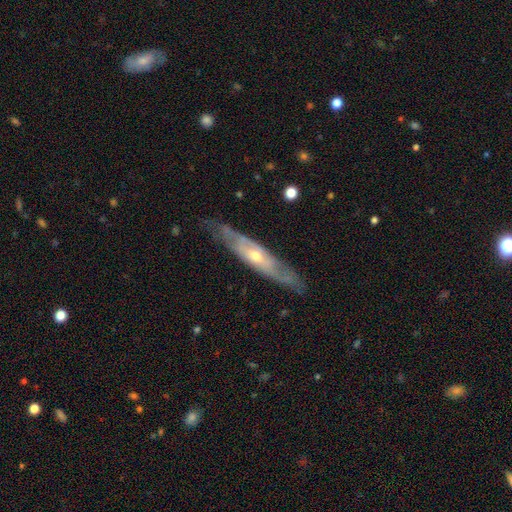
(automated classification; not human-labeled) A featured or disk galaxy (74%).

Vote fractions:
- Smooth or featured? featured or disk: 74% / smooth: 21% / star or artifact: 5%
- Edge-on disk? no: 55% / yes: 45%
- Merging? none: 72% / minor disturbance: 20% / major disturbance: 6% / merger: 2%